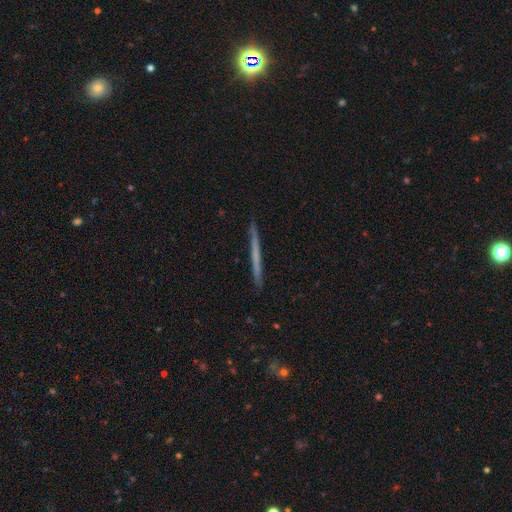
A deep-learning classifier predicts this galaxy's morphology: smooth-or-featured: smooth: 47% (tied) | featured or disk: 47% (tied) | star or artifact: 6%
  merging: none: 92% | minor disturbance: 6% | major disturbance: 1% | merger: 1%